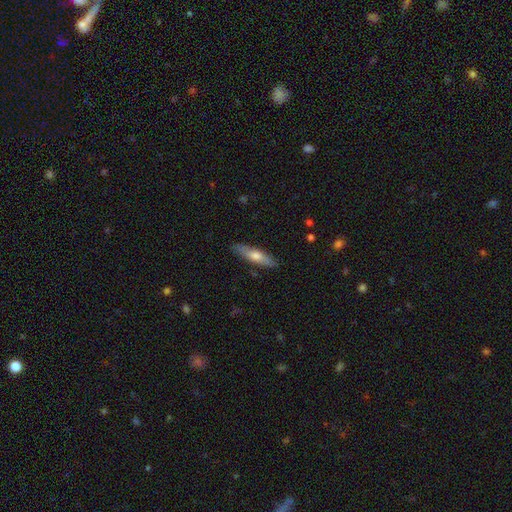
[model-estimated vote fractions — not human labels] The model was most divided on "smooth or featured": smooth: 53%, featured or disk: 41%, star or artifact: 6%. More confident: merging — none (88%); how rounded — cigar-shaped (77%).